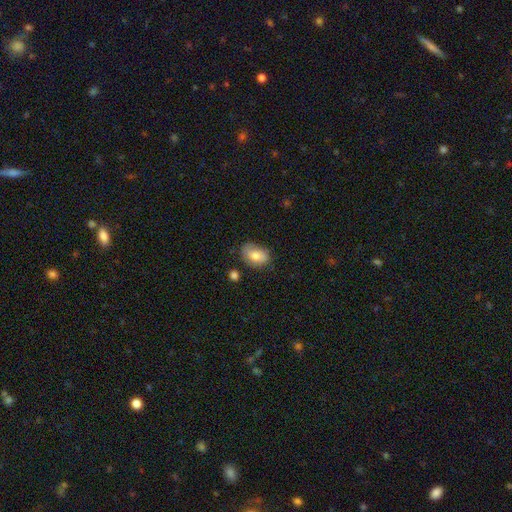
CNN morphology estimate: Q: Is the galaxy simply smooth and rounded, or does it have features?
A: smooth — 77%.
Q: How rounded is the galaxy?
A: in between — 85%.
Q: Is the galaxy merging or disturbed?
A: none — 67%.